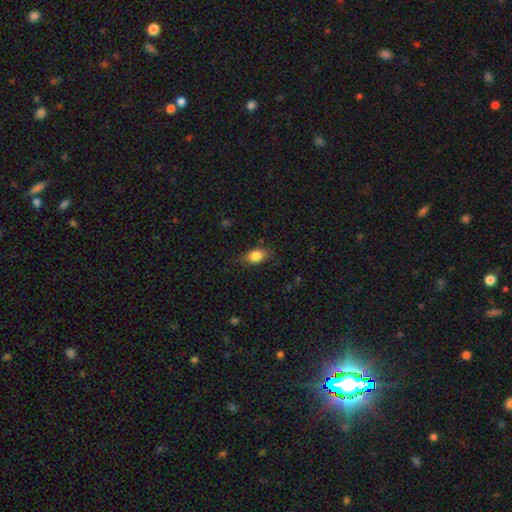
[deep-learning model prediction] Q: Smooth or featured?
A: smooth (83%); runner-up: star or artifact (8%)
Q: How rounded?
A: in between (81%); runner-up: round (16%)
Q: Merging?
A: none (78%); runner-up: minor disturbance (17%)